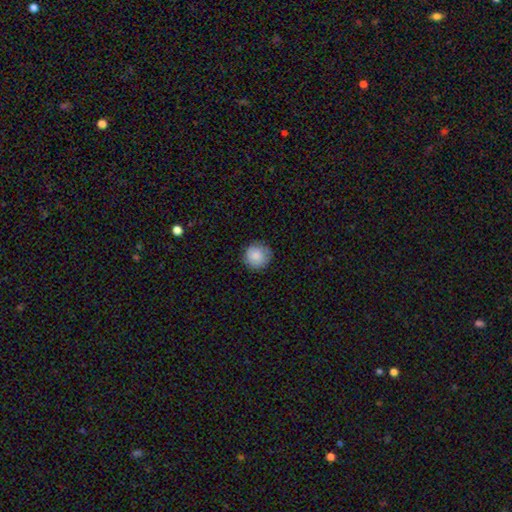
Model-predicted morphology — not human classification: Overall: smooth (85%). How rounded: round (94%). Merging: none (83%).